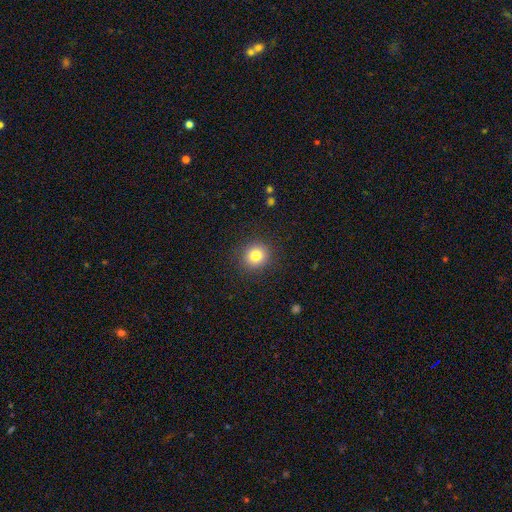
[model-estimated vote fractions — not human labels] This is likely a smooth galaxy (79%). How rounded: clearly round (91%). Merging: clearly none (90%).